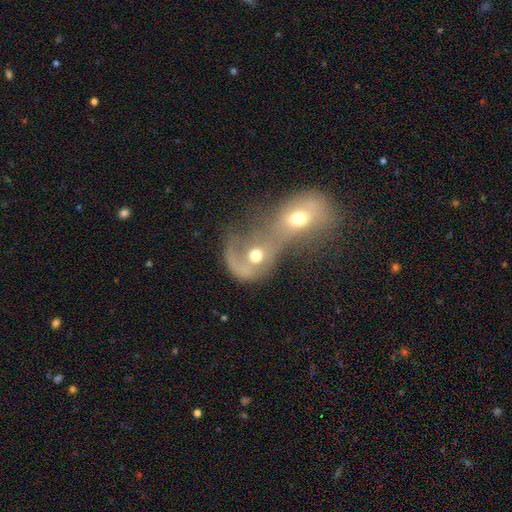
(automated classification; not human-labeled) This is possibly a featured or disk galaxy (46%). Merging: clearly merger (80%).